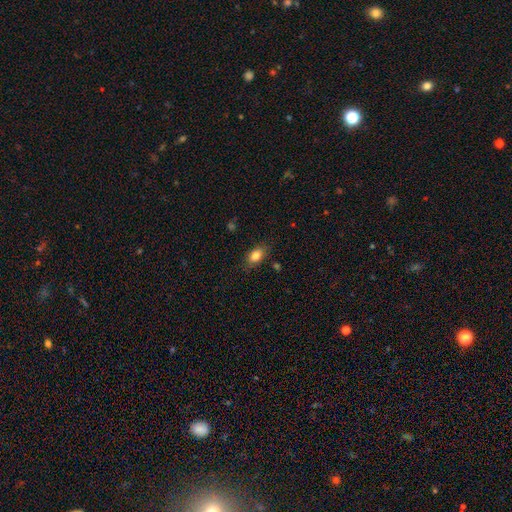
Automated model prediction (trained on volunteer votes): This is clearly a smooth galaxy (83%). How rounded: clearly in between (84%). Merging: clearly none (82%).